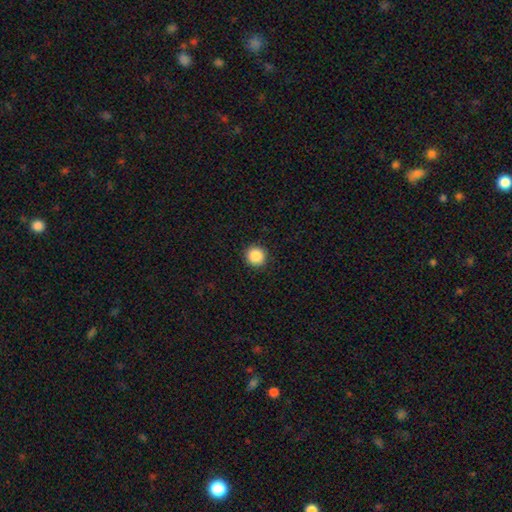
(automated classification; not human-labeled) Smooth or featured?
  - smooth: 88% *
  - star or artifact: 9%
  - featured or disk: 3%
How rounded?
  - round: 95% *
  - in between: 4%
  - cigar-shaped: 1%
Merging?
  - none: 93% *
  - minor disturbance: 5%
  - major disturbance: 2%
  - merger: 1%